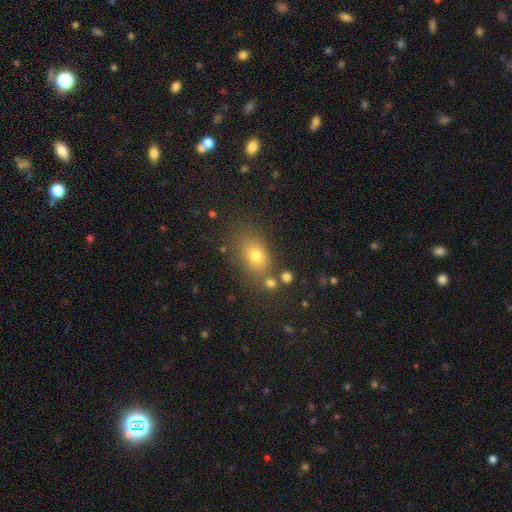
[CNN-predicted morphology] Q: Smooth or featured?
A: smooth (73%); runner-up: star or artifact (15%)
Q: How rounded?
A: in between (70%); runner-up: round (28%)
Q: Merging?
A: none (71%); runner-up: minor disturbance (15%)